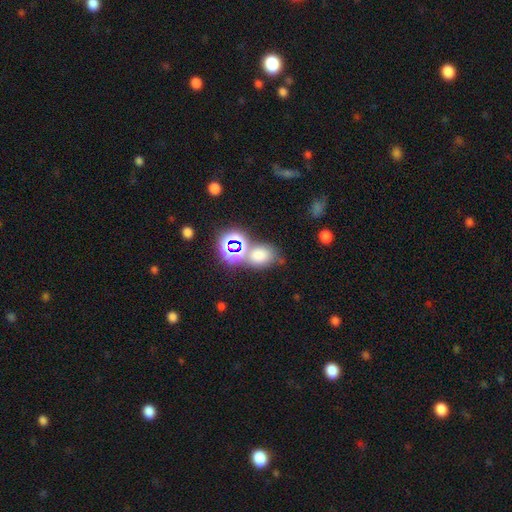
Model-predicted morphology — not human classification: type=smooth (64%); roundness=in between (57%); merging=none (59%).